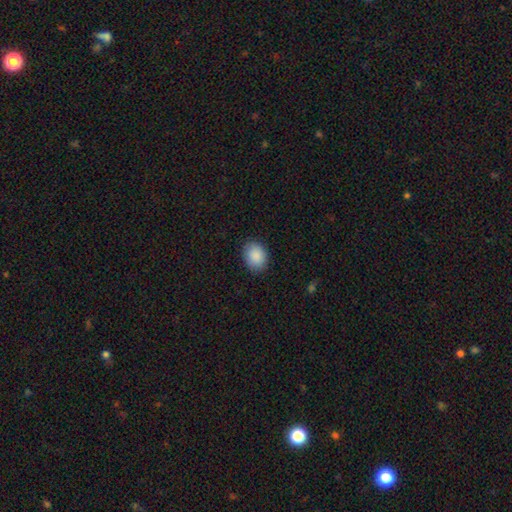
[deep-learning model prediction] This is clearly a smooth galaxy (90%). How rounded: likely in between (67%). Merging: clearly none (88%).